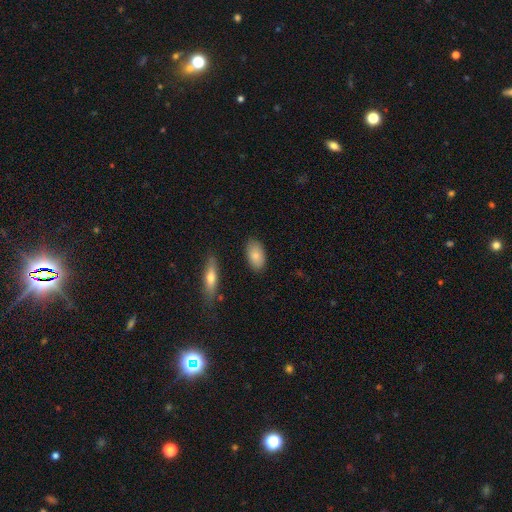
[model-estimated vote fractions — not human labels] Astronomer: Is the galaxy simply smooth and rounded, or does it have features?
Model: smooth — 80%.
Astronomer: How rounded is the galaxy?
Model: in between — 92%.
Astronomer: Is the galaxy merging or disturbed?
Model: none — 83%.